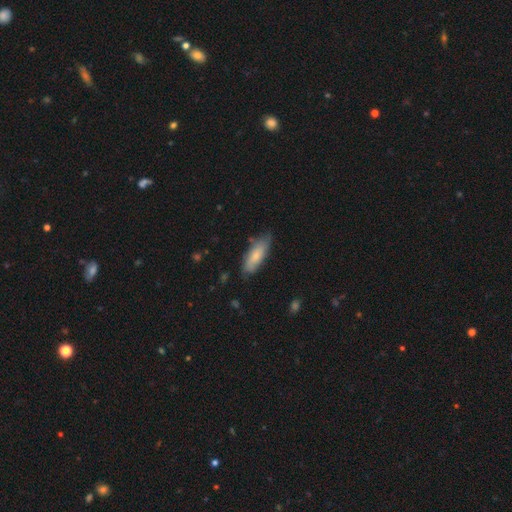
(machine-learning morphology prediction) This appears to be a smooth galaxy with no disk features (73%) that is in between round and cigar-shaped (58%). Merging: none (72%).